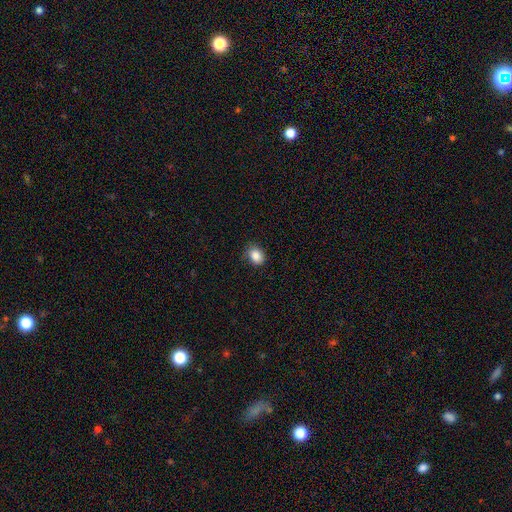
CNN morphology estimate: type=smooth (86%); roundness=in between (58%); merging=none (79%).